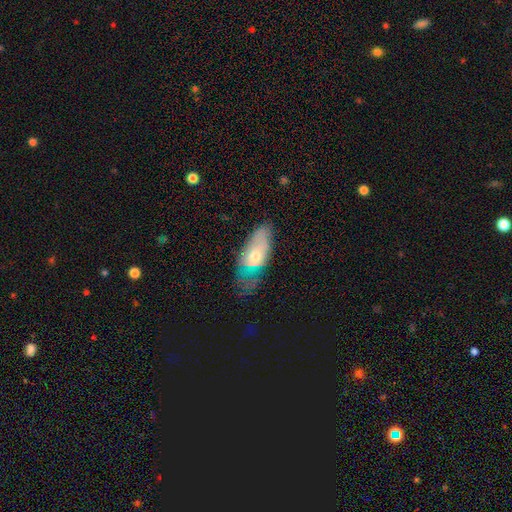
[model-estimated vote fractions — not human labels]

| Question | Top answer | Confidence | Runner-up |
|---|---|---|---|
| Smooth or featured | smooth | 54% | featured or disk (37%) |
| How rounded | in between | 83% | cigar-shaped (13%) |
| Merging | none | 36% | minor disturbance (33%) |